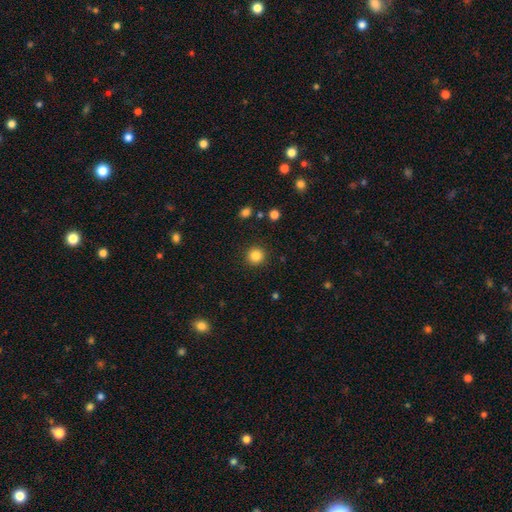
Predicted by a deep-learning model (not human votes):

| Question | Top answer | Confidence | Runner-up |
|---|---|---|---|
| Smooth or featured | smooth | 84% | star or artifact (11%) |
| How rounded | round | 95% | in between (4%) |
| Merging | none | 92% | minor disturbance (5%) |